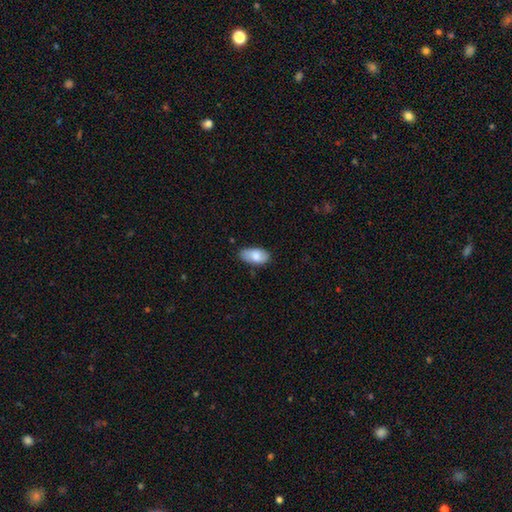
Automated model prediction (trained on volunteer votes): A smooth galaxy with no disk features (82%) that is in between round and cigar-shaped (94%). Merging: none (73%).